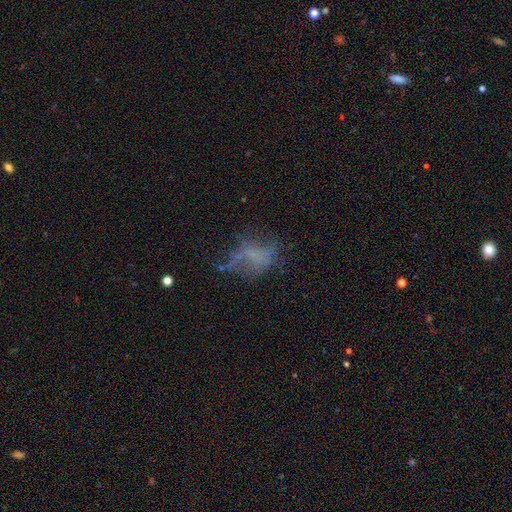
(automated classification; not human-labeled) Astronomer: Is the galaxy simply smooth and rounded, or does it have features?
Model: featured or disk — 43% (runner-up: smooth, 37%).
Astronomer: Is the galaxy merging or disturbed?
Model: none — 40% (runner-up: major disturbance, 33%).